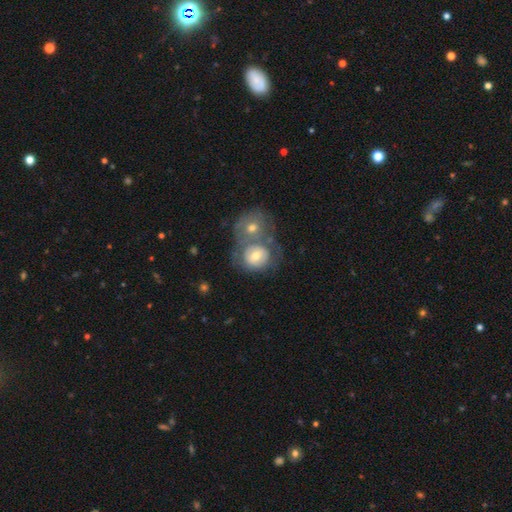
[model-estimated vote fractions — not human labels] Smooth or featured: smooth — 53% (featured or disk — 39%)
How rounded: round — 75% (in between — 24%)
Merging: merger — 54% (none — 28%)